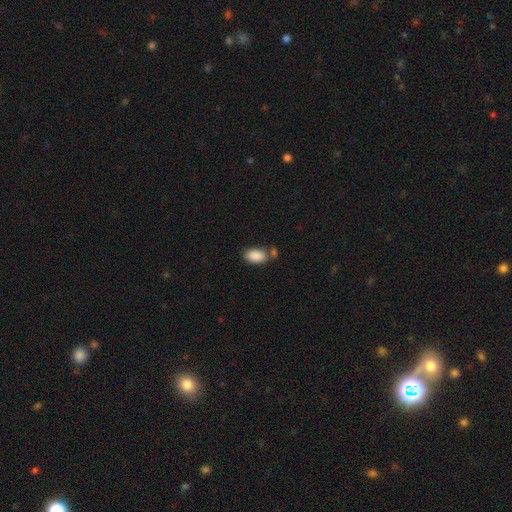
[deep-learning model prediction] Smooth or featured? smooth (89%)
How rounded? in between (93%)
Merging? none (64%)